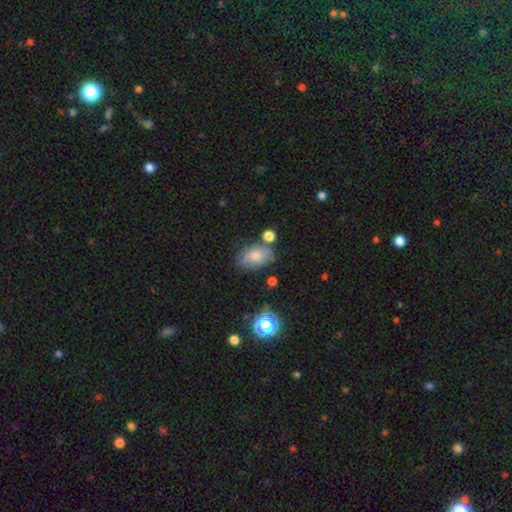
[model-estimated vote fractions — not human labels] This is likely a smooth galaxy (76%). How rounded: clearly in between (88%). Merging: likely none (62%).